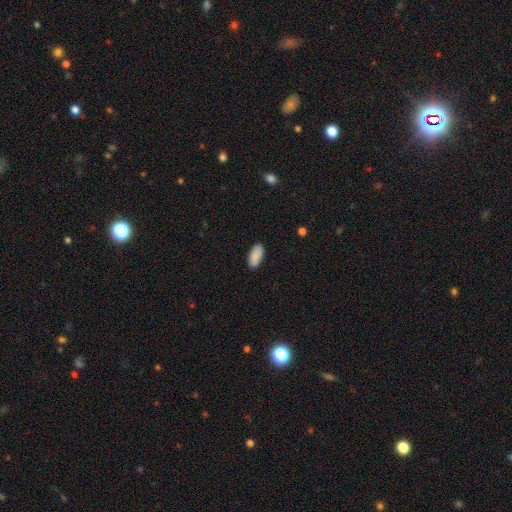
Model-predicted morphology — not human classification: smooth-or-featured: smooth: 90% | star or artifact: 6% | featured or disk: 4%
  how-rounded: in between: 90% | cigar-shaped: 8% | round: 2%
  merging: none: 87% | minor disturbance: 10% | major disturbance: 2% | merger: 1%